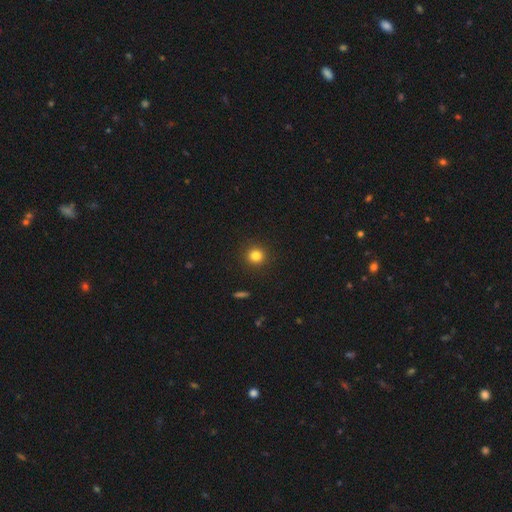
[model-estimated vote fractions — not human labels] A smooth galaxy with no disk features (82%) that is round (91%).

Vote fractions:
- Smooth or featured? smooth: 82% / star or artifact: 12% / featured or disk: 6%
- How rounded? round: 91% / in between: 8% / cigar-shaped: 1%
- Merging? none: 92% / minor disturbance: 5% / major disturbance: 2% / merger: 1%